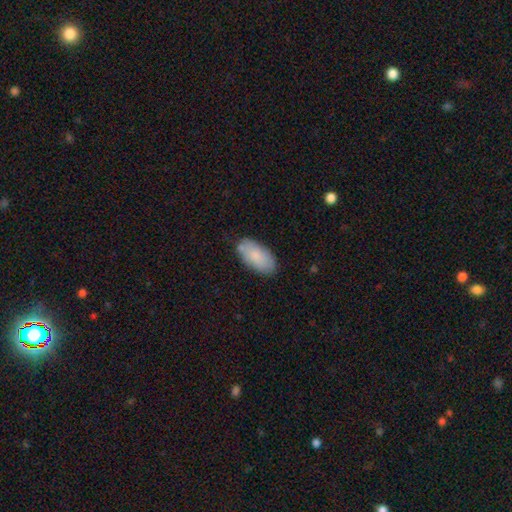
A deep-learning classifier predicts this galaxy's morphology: The model was most divided on "merging": none: 76%, minor disturbance: 17%, merger: 4%, major disturbance: 3%. More confident: how rounded — in between (94%); smooth or featured — smooth (81%).